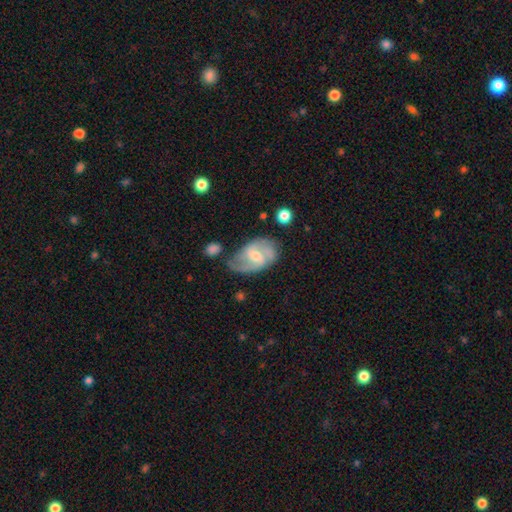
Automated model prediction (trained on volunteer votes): smooth-or-featured: featured or disk: 75% | smooth: 19% | star or artifact: 6%
  disk-edge-on: no: 96% | yes: 4%
    bar: weak: 54% | no: 31% | strong: 15%
    has-spiral-arms: yes: 91% | no: 9%
      spiral-winding: medium: 50% | loose: 28% | tight: 22%
      spiral-arm-count: 2: 69% | can't tell: 14% | 3: 10% | 1: 4% | 4: 2% | more than 4: 2%
    bulge-size: moderate: 56% | small: 37% | large: 4% | none: 2% | dominant: 1%
  merging: none: 57% | minor disturbance: 27% | major disturbance: 12% | merger: 5%